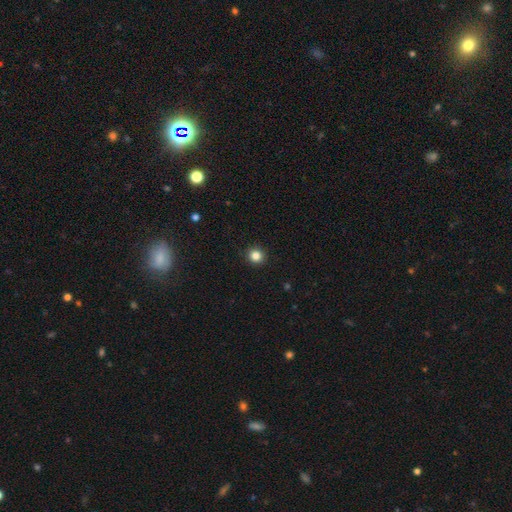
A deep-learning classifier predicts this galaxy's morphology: Smooth or featured: smooth — 84% (star or artifact — 12%)
How rounded: round — 93% (in between — 6%)
Merging: none — 93% (minor disturbance — 5%)